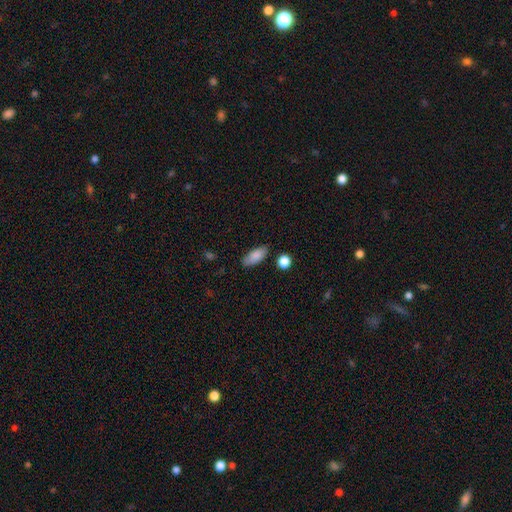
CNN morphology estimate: The model was most divided on "merging": none: 79%, minor disturbance: 15%, major disturbance: 3%, merger: 3%. More confident: smooth or featured — smooth (86%); how rounded — in between (84%).